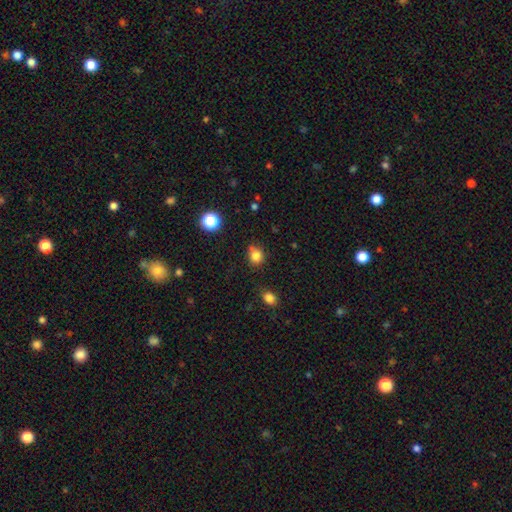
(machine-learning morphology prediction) smooth_or_featured: smooth (p=0.81) [alt: star or artifact p=0.13]
how_rounded: round (p=0.78) [alt: in between p=0.21]
merging: none (p=0.67) [alt: minor disturbance p=0.21]